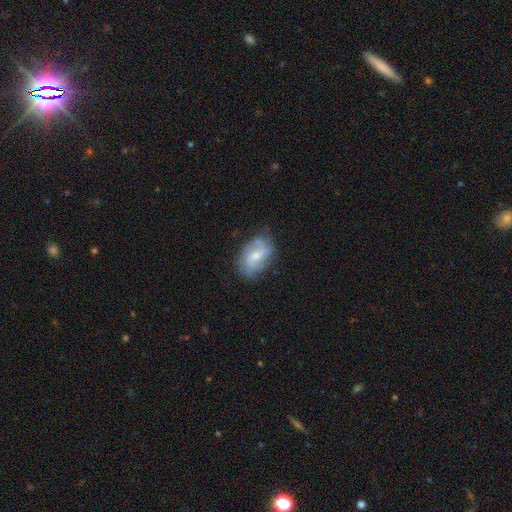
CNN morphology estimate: A featured or disk galaxy (57%) with a weak bar (50%), spiral arms (75%) and a moderate central bulge (49%).

Vote fractions:
- Smooth or featured? featured or disk: 57% / smooth: 36% / star or artifact: 7%
- Edge-on disk? no: 96% / yes: 4%
- Bar? weak: 50% / no: 37% / strong: 14%
- Spiral arms? yes: 75% / no: 25%
- Bulge size? moderate: 49% / small: 42% / none: 5% / large: 4% / dominant: 1%
- Merging? none: 63% / minor disturbance: 25% / major disturbance: 9% / merger: 3%